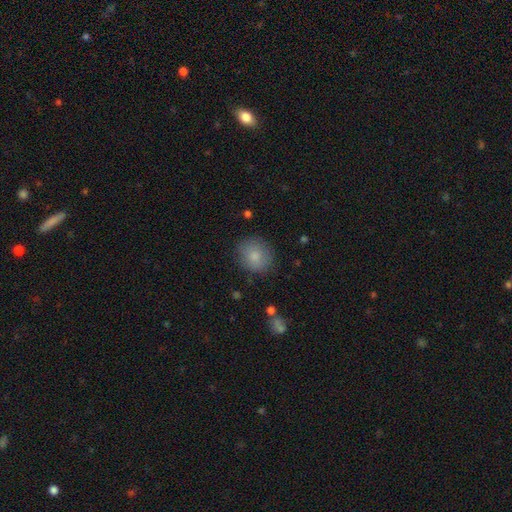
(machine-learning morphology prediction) Smooth or featured? Predicted: smooth (p=0.83). How rounded? Predicted: round (p=0.76). Merging? Predicted: none (p=0.83).